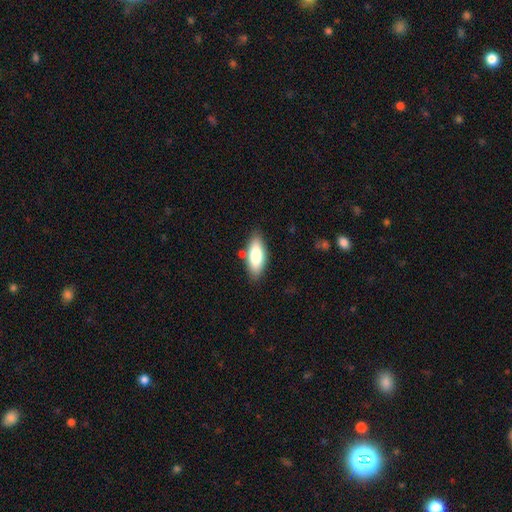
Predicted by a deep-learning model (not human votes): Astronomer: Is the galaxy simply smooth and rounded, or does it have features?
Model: smooth — 79%.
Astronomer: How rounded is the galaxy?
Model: in between — 78%.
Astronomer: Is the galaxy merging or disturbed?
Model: none — 81%.